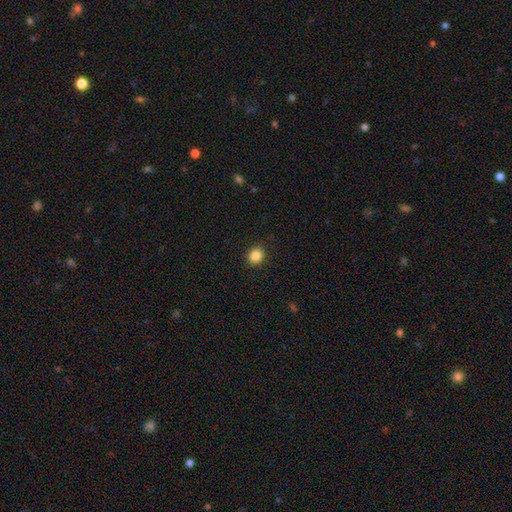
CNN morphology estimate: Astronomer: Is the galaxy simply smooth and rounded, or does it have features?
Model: smooth — 86%.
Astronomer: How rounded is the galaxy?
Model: round — 72%.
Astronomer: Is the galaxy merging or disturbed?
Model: none — 90%.